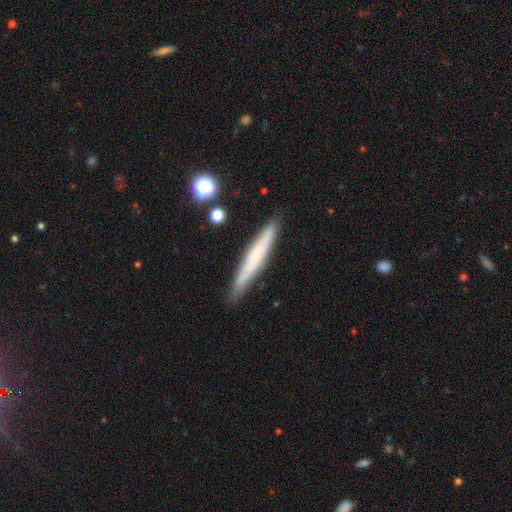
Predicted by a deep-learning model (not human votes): smooth 50%, featured or disk 43%, star or artifact 7%. Down the decision tree: how rounded — cigar-shaped (95%); merging — none (86%).